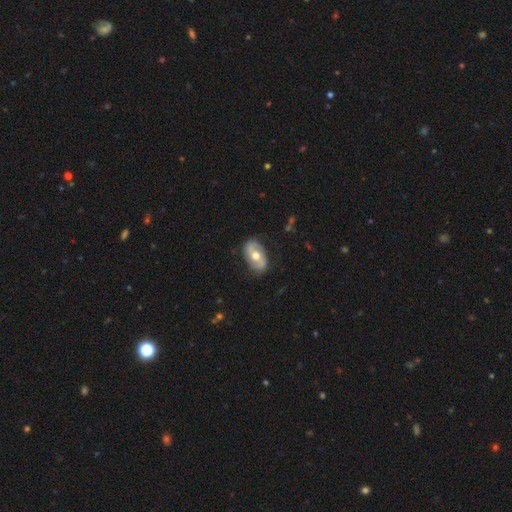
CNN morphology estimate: Smooth or featured? featured or disk (54%)
Edge-on disk? no (91%)
Merging? none (80%)